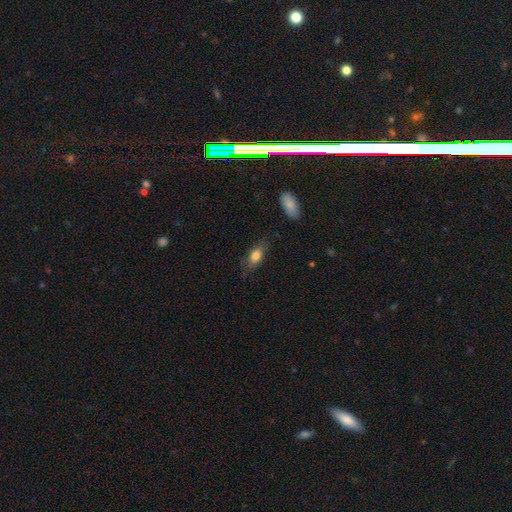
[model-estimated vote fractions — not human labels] Smooth or featured?
  - smooth: 74% *
  - featured or disk: 19%
  - star or artifact: 7%
How rounded?
  - in between: 75% *
  - cigar-shaped: 20%
  - round: 6%
Merging?
  - none: 70% *
  - minor disturbance: 22%
  - major disturbance: 6%
  - merger: 2%